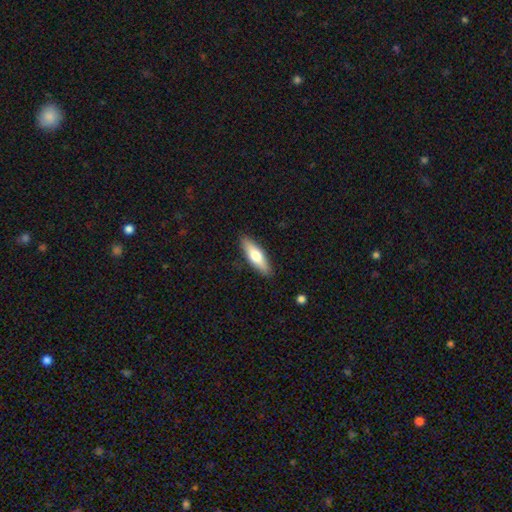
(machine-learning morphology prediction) This is likely a smooth galaxy (62%). How rounded: possibly cigar-shaped (53%). Merging: clearly none (89%).